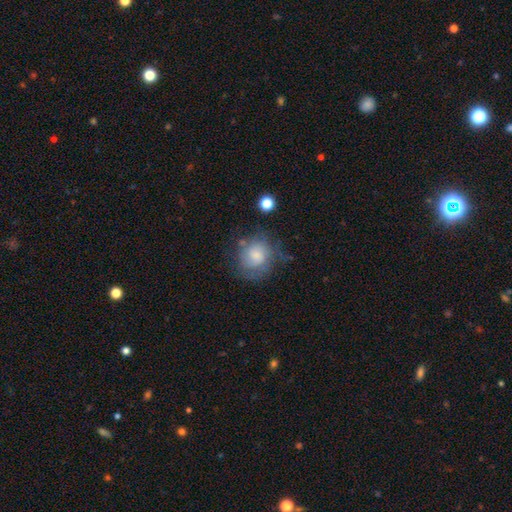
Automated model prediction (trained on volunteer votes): smooth-or-featured: smooth: 55% | featured or disk: 35% | star or artifact: 9%
  how-rounded: round: 78% | in between: 21% | cigar-shaped: 1%
  merging: none: 54% | minor disturbance: 25% | major disturbance: 17% | merger: 4%